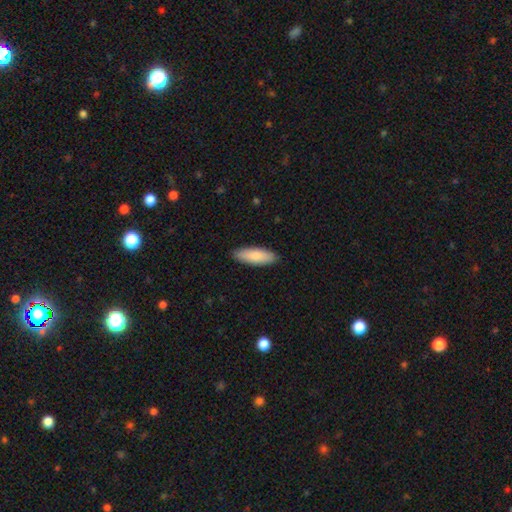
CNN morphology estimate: smooth 86%, featured or disk 10%, star or artifact 5%. Down the decision tree: how rounded — in between (62%); merging — none (89%).